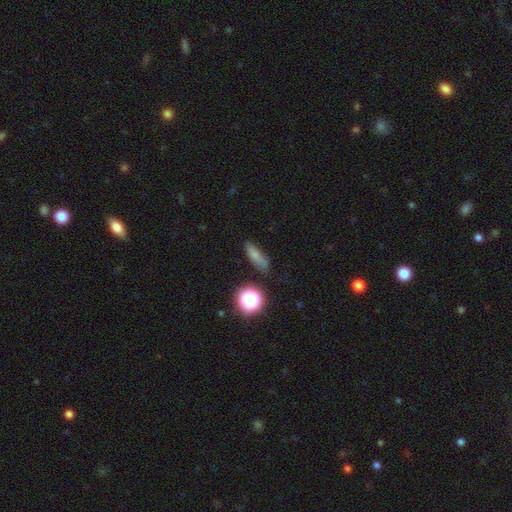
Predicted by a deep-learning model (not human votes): A smooth galaxy with no disk features (71%) that is in between round and cigar-shaped (45%). Merging: none (73%).